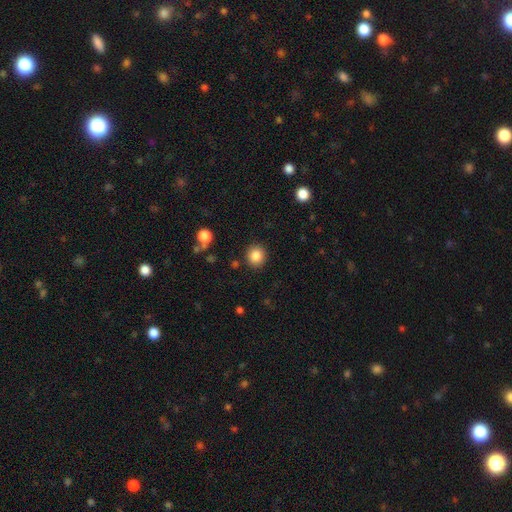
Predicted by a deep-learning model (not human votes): Q: Smooth or featured?
A: smooth (85%); runner-up: star or artifact (10%)
Q: How rounded?
A: round (88%); runner-up: in between (11%)
Q: Merging?
A: none (89%); runner-up: minor disturbance (7%)